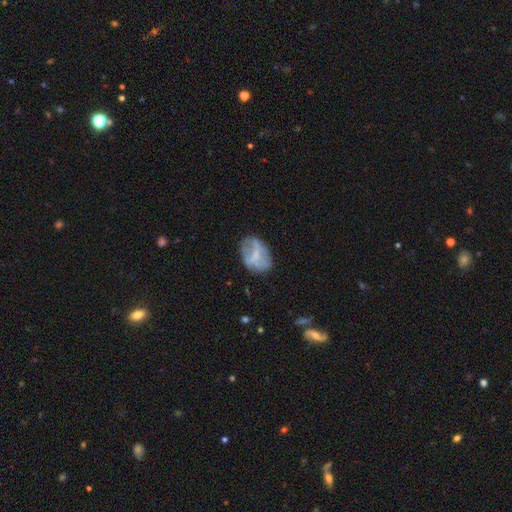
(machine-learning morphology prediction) This appears to be a smooth galaxy with no disk features (48%). Merging: none (57%).